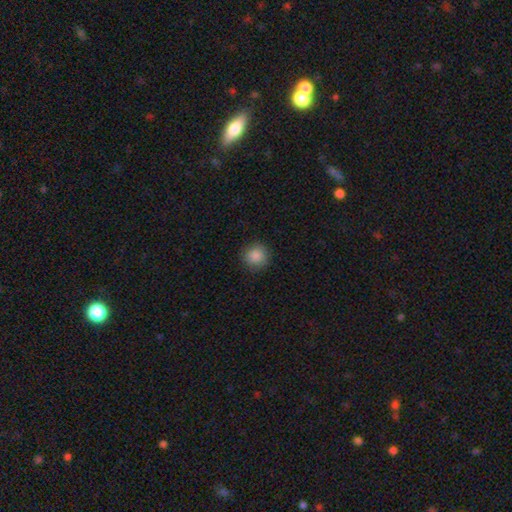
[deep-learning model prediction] A smooth galaxy with no disk features (87%) that is round (93%).

Vote fractions:
- Smooth or featured? smooth: 87% / star or artifact: 9% / featured or disk: 3%
- How rounded? round: 93% / in between: 6% / cigar-shaped: 1%
- Merging? none: 89% / minor disturbance: 8% / major disturbance: 2% / merger: 1%